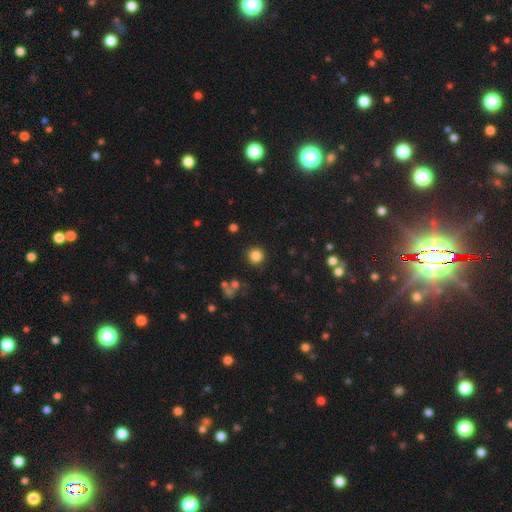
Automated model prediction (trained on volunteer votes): A smooth galaxy with no disk features (84%) that is round (94%).

Vote fractions:
- Smooth or featured? smooth: 84% / star or artifact: 12% / featured or disk: 5%
- How rounded? round: 94% / in between: 5% / cigar-shaped: 1%
- Merging? none: 89% / minor disturbance: 6% / major disturbance: 3% / merger: 2%